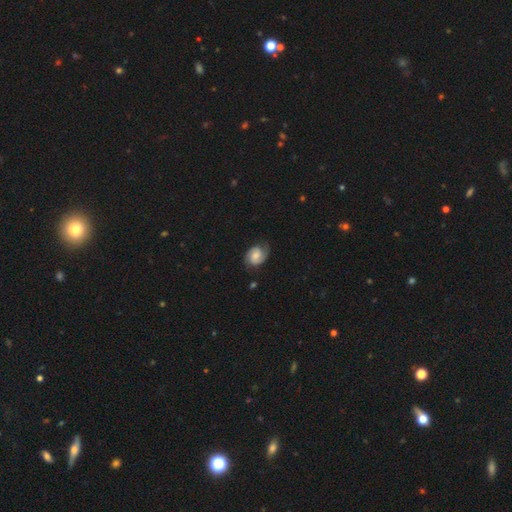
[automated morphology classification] This is likely a featured or disk galaxy (69%). It is clearly not viewed edge-on (97%). Bar: possibly no (55%). Spiral arm pattern: clearly yes (95%). Spiral arm count: clearly 2 (85%). Spiral winding: marginally medium (43%). Central bulge: possibly moderate (45%). Merging: likely none (73%).